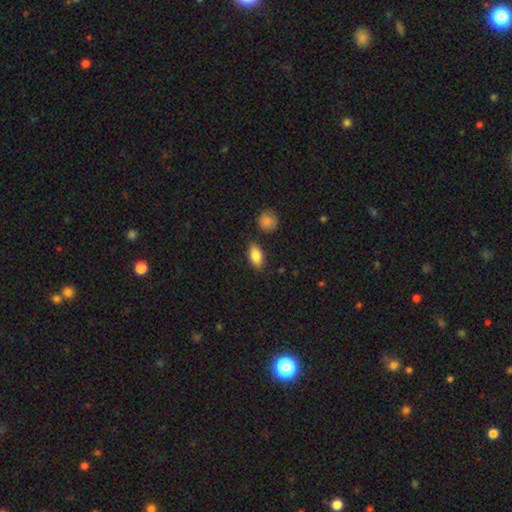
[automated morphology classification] Overall: smooth (85%). How rounded: in between (89%). Merging: none (83%).